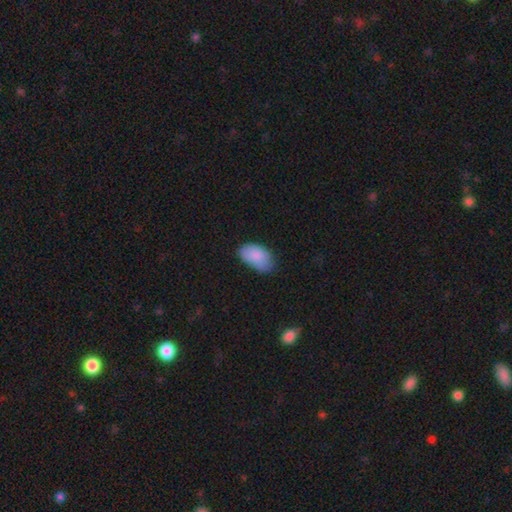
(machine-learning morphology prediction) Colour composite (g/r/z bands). It shows a smooth galaxy with no disk features (87%) that is in between round and cigar-shaped (94%). Merging: none (65%).